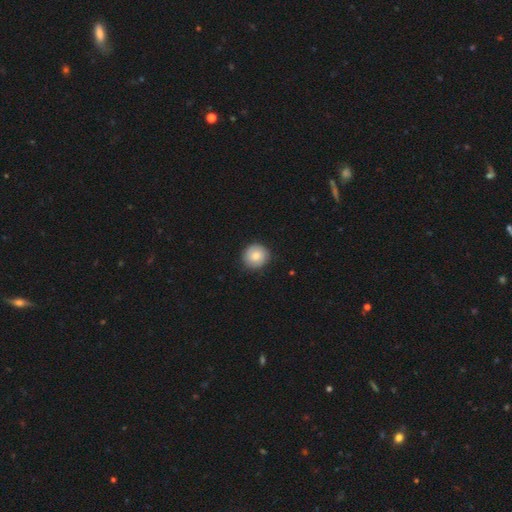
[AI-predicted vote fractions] Smooth or featured? smooth (81%)
How rounded? round (92%)
Merging? none (88%)